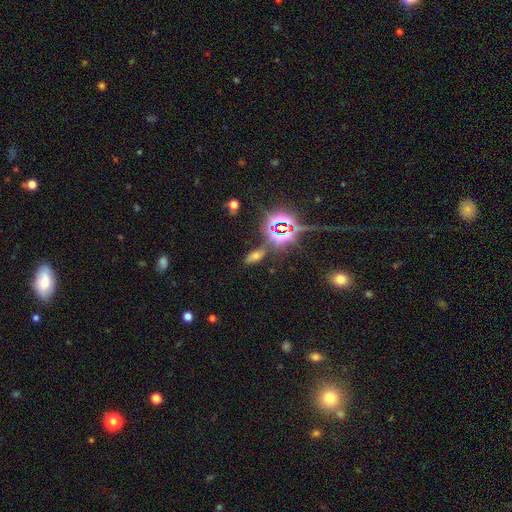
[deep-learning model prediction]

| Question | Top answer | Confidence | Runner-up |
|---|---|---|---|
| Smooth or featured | smooth | 47% | star or artifact (41%) |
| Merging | none | 77% | minor disturbance (12%) |